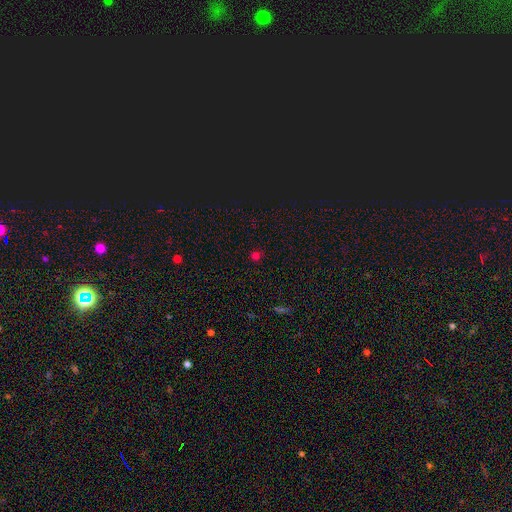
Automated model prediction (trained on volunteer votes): Smooth or featured? smooth (62%)
How rounded? round (90%)
Merging? none (87%)